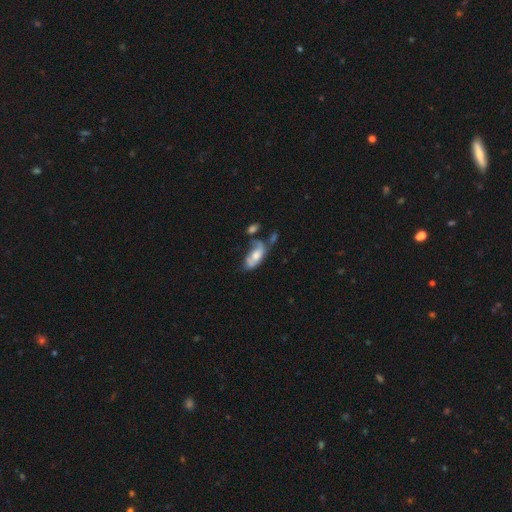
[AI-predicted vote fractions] Morphology: type=smooth (48%); merging=none (30%).